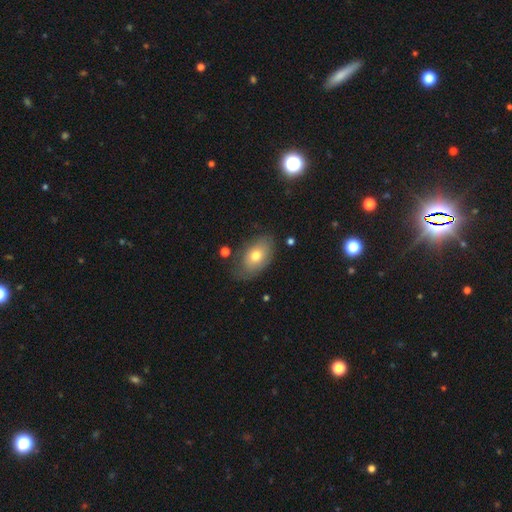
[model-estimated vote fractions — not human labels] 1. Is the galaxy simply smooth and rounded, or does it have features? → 70% smooth, 22% featured or disk, 8% star or artifact.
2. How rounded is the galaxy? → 88% in between, 10% round, 2% cigar-shaped.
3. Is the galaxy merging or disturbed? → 68% none, 23% minor disturbance, 7% major disturbance, 3% merger.